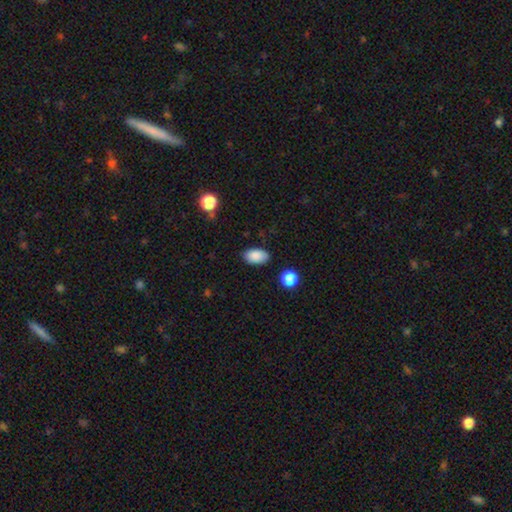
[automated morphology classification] A smooth galaxy with no disk features (88%) that is in between round and cigar-shaped (92%). Merging: none (85%).